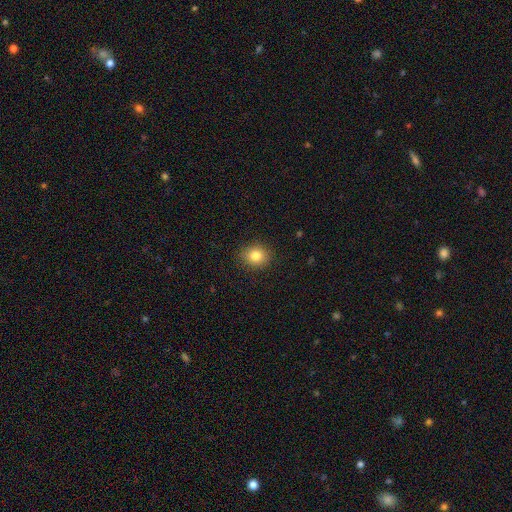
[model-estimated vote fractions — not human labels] This is clearly a smooth galaxy (82%). How rounded: likely round (76%). Merging: clearly none (90%).